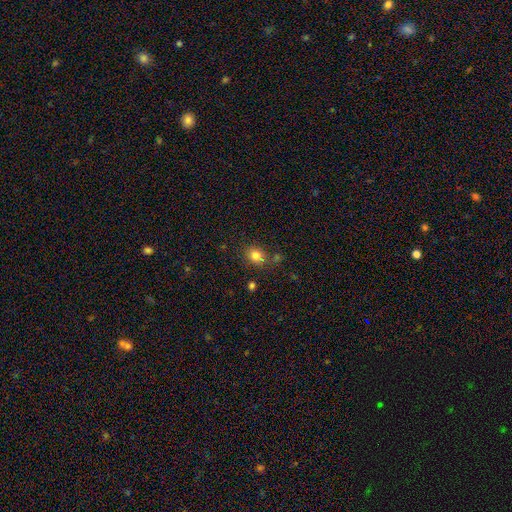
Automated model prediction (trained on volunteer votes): Smooth or featured? Predicted: smooth (p=0.80). How rounded? Predicted: round (p=0.64). Merging? Predicted: none (p=0.72).